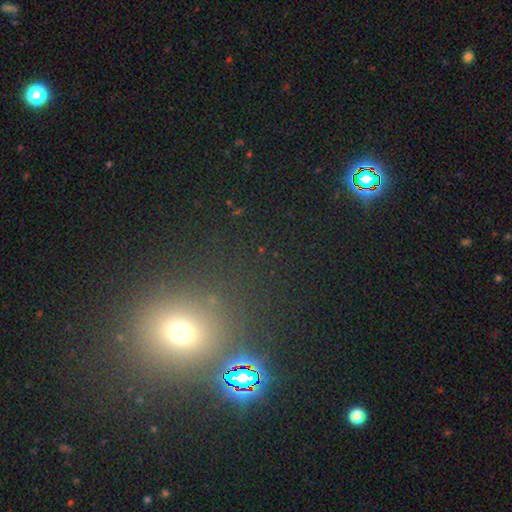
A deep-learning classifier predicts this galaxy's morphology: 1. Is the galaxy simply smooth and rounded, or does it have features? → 51% star or artifact, 40% smooth, 9% featured or disk.